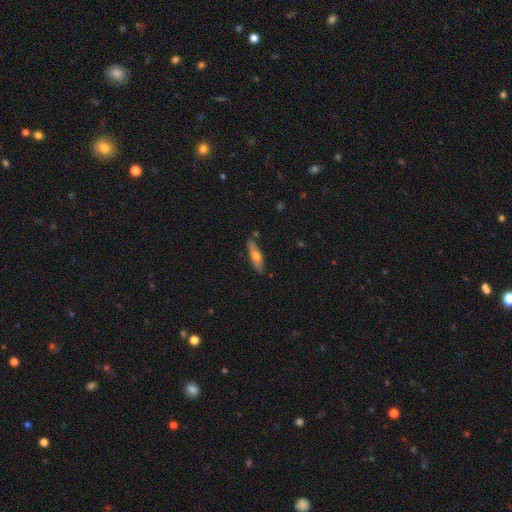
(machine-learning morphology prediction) Smooth or featured? Predicted: smooth (p=0.54). How rounded? Predicted: cigar-shaped (p=0.60). Merging? Predicted: none (p=0.75).